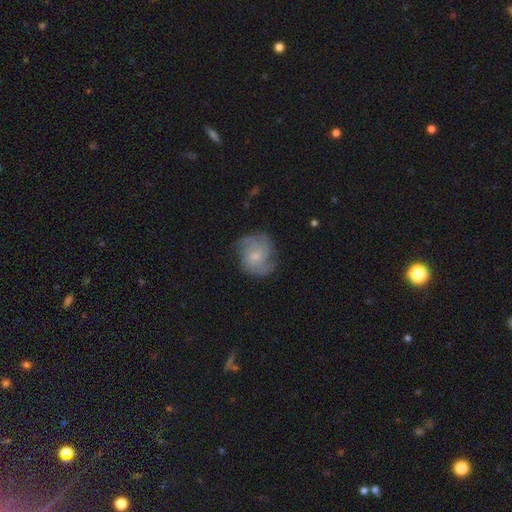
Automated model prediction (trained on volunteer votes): smooth-or-featured: featured or disk: 67% | smooth: 25% | star or artifact: 8%
  disk-edge-on: no: 98% | yes: 2%
    bar: no: 69% | weak: 28% | strong: 3%
    has-spiral-arms: yes: 92% | no: 8%
      spiral-winding: medium: 45% | tight: 36% | loose: 19%
      spiral-arm-count: 3: 31% | can't tell: 26% | 4: 16% | 2: 16% | more than 4: 6% | 1: 6%
    bulge-size: small: 65% | moderate: 27% | none: 6% | large: 2% | dominant: 1%
  merging: none: 70% | minor disturbance: 20% | major disturbance: 8% | merger: 1%